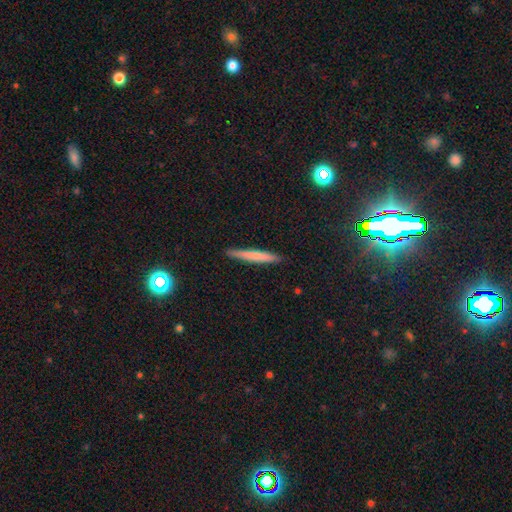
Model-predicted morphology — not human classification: smooth 67%, featured or disk 26%, star or artifact 8%. Down the decision tree: how rounded — cigar-shaped (96%); merging — none (90%).